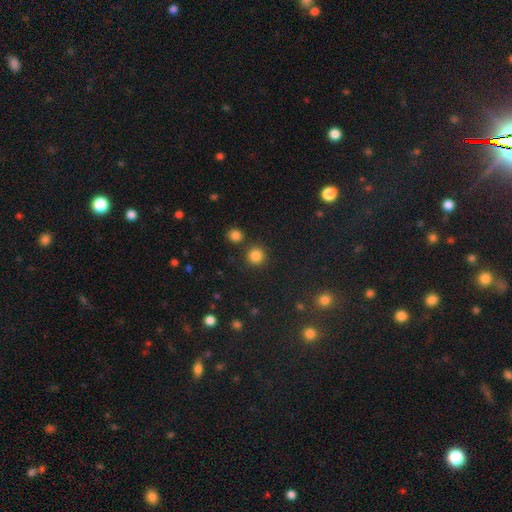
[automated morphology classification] This appears to be a smooth galaxy with no disk features (83%) that is round (94%). Merging: none (86%).